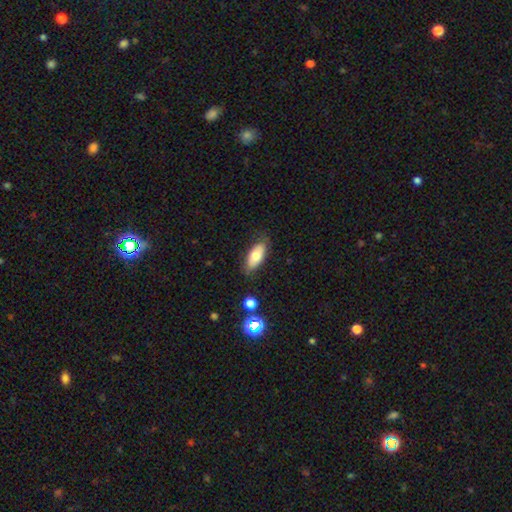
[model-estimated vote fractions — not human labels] A smooth galaxy with no disk features (73%) that is in between round and cigar-shaped (86%).

Vote fractions:
- Smooth or featured? smooth: 73% / featured or disk: 20% / star or artifact: 8%
- How rounded? in between: 86% / cigar-shaped: 11% / round: 3%
- Merging? none: 78% / minor disturbance: 16% / major disturbance: 4% / merger: 2%